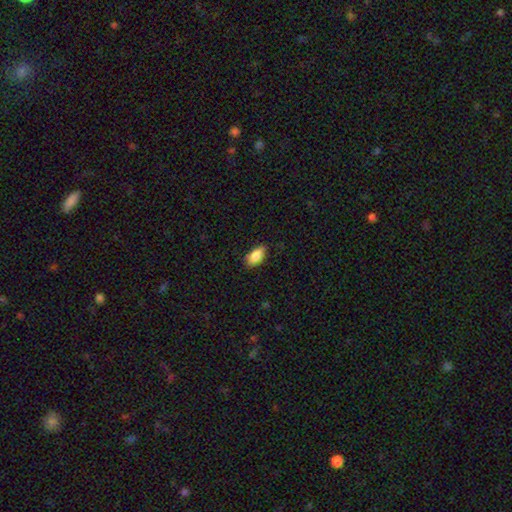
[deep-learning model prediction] Morphology: type=smooth (86%); roundness=in between (91%); merging=none (80%).